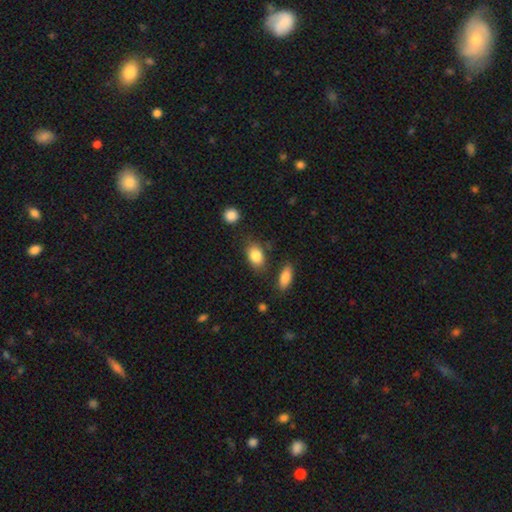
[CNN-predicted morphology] A smooth galaxy with no disk features (85%) that is in between round and cigar-shaped (81%).

Vote fractions:
- Smooth or featured? smooth: 85% / featured or disk: 8% / star or artifact: 8%
- How rounded? in between: 81% / round: 17% / cigar-shaped: 2%
- Merging? none: 74% / minor disturbance: 16% / merger: 5% / major disturbance: 4%